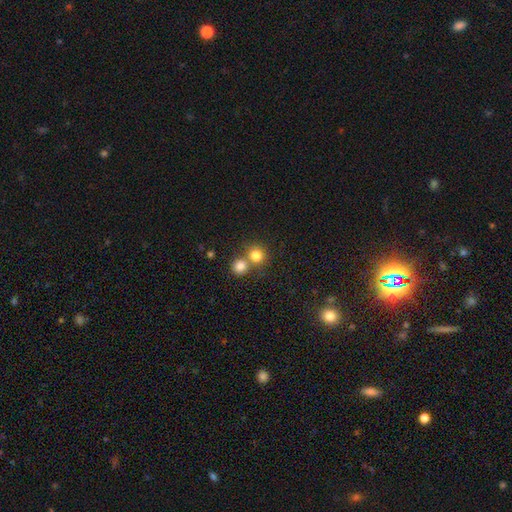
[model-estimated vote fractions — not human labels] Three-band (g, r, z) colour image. It shows a smooth galaxy with no disk features (81%) that is round (90%). Merging: none (54%).